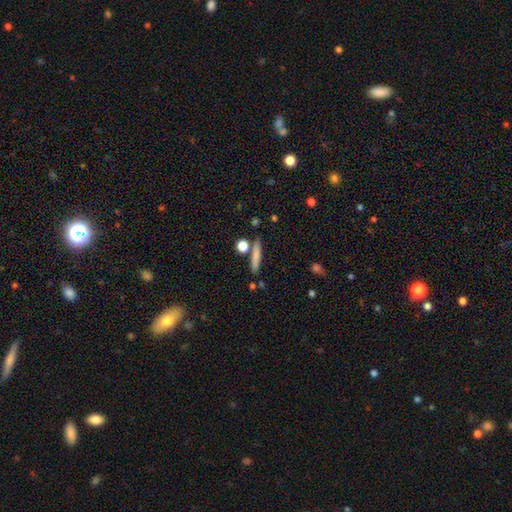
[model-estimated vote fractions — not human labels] This is likely a smooth galaxy (73%). How rounded: clearly cigar-shaped (86%). Merging: clearly none (80%).